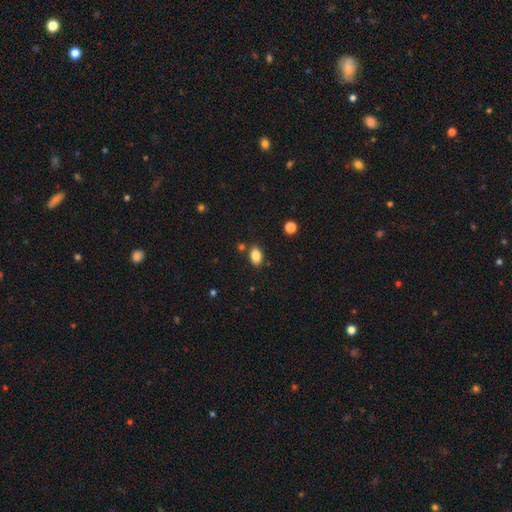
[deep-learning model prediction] Smooth or featured?
  - smooth: 85% *
  - star or artifact: 9%
  - featured or disk: 6%
How rounded?
  - in between: 86% *
  - round: 12%
  - cigar-shaped: 2%
Merging?
  - none: 80% *
  - minor disturbance: 11%
  - merger: 6%
  - major disturbance: 3%